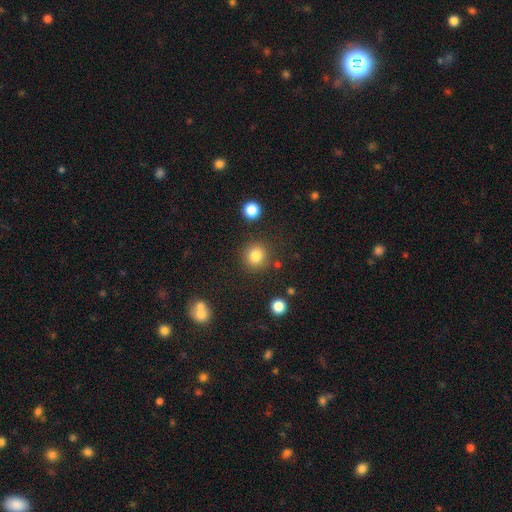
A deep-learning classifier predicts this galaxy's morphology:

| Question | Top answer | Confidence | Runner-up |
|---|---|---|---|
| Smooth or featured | smooth | 82% | star or artifact (12%) |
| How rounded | round | 92% | in between (7%) |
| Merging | none | 87% | minor disturbance (7%) |